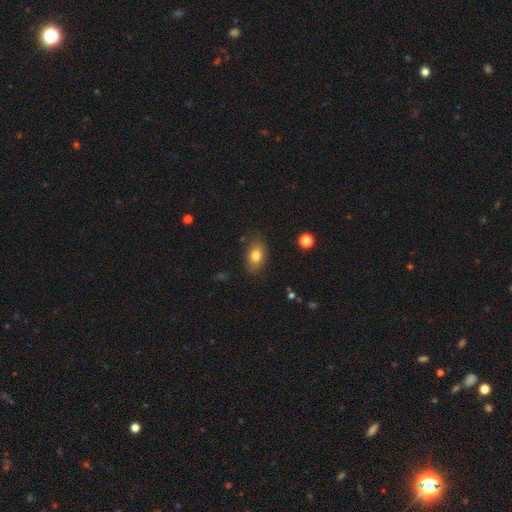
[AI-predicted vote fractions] Smooth or featured?
  - smooth: 79% *
  - featured or disk: 12%
  - star or artifact: 9%
How rounded?
  - in between: 82% *
  - round: 16%
  - cigar-shaped: 2%
Merging?
  - none: 82% *
  - minor disturbance: 13%
  - major disturbance: 3%
  - merger: 1%